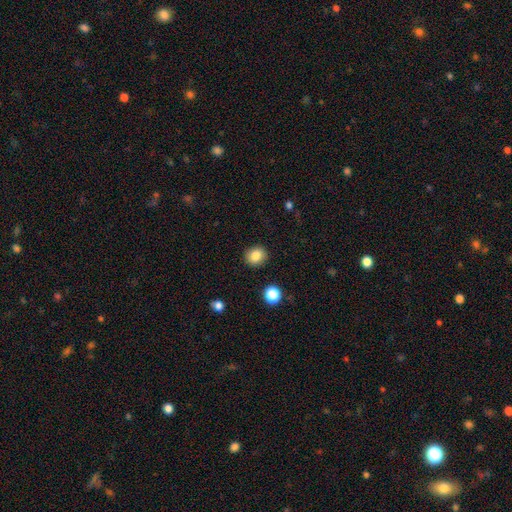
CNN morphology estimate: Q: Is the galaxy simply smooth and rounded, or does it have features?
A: smooth — 84%.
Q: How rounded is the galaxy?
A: round — 80%.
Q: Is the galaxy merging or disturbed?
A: none — 89%.